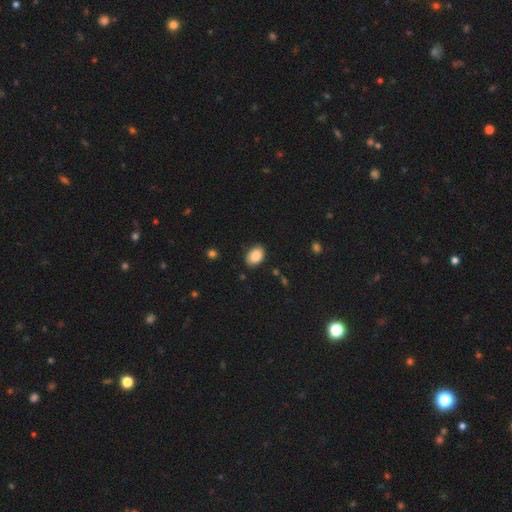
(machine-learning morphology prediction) smooth-or-featured: smooth: 86% | star or artifact: 8% | featured or disk: 6%
  how-rounded: in between: 86% | round: 13% | cigar-shaped: 1%
  merging: none: 86% | minor disturbance: 10% | major disturbance: 2% | merger: 1%